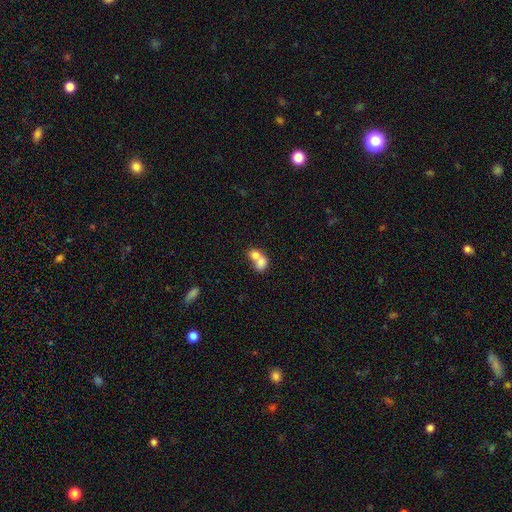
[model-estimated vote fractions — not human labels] smooth_or_featured: smooth (p=0.73) [alt: featured or disk p=0.19]
how_rounded: in between (p=0.56) [alt: round p=0.43]
merging: merger (p=0.76) [alt: none p=0.16]